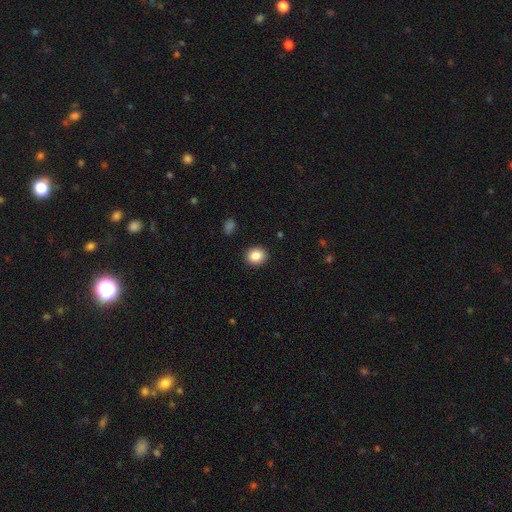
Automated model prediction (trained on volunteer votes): smooth-or-featured: smooth: 88% | star or artifact: 9% | featured or disk: 4%
  how-rounded: round: 71% | in between: 28% | cigar-shaped: 1%
  merging: none: 91% | minor disturbance: 6% | major disturbance: 2% | merger: 1%